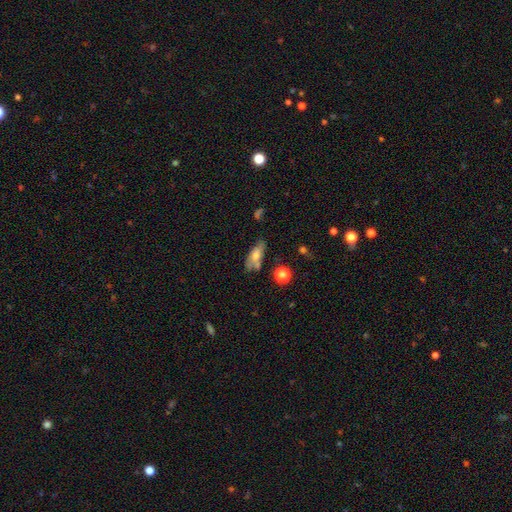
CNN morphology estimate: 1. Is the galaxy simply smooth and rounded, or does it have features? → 58% smooth, 33% featured or disk, 10% star or artifact.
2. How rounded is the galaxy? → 76% in between, 19% cigar-shaped, 5% round.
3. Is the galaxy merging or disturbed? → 53% none, 24% minor disturbance, 13% merger, 9% major disturbance.